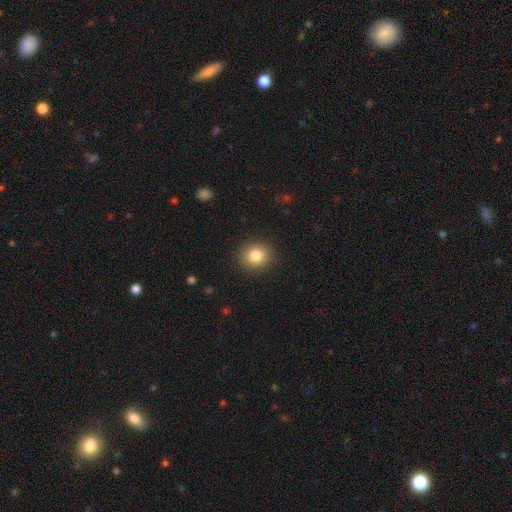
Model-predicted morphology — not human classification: This is clearly a smooth galaxy (83%). How rounded: clearly round (82%). Merging: clearly none (90%).